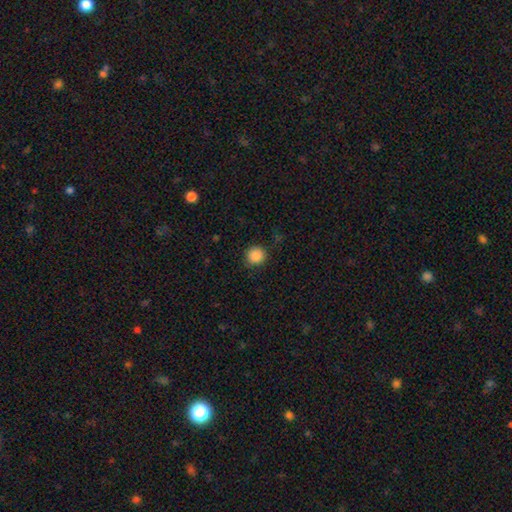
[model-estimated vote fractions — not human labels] Morphology: type=smooth (87%); roundness=round (93%); merging=none (87%).